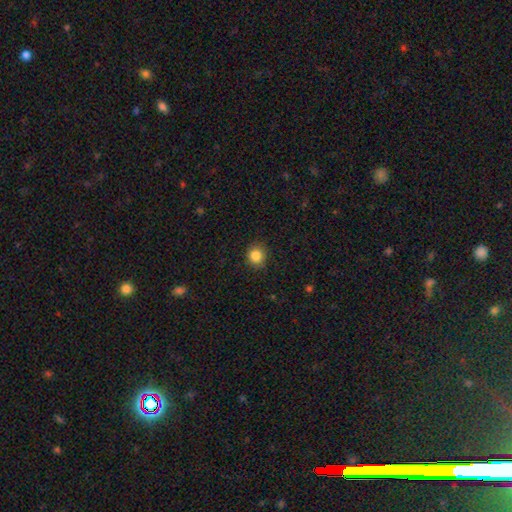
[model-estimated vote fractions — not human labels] Smooth or featured: smooth — 86% (star or artifact — 10%)
How rounded: round — 84% (in between — 15%)
Merging: none — 89% (minor disturbance — 8%)